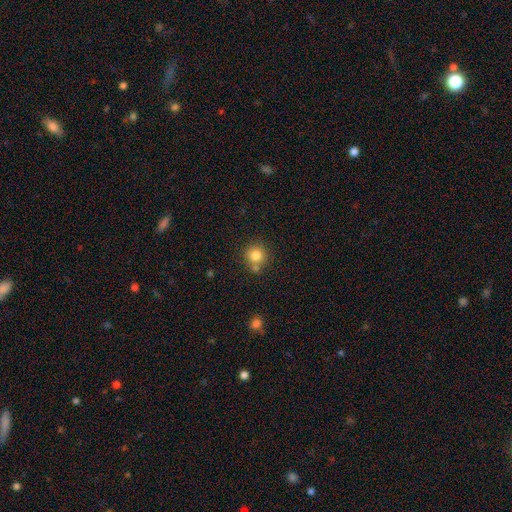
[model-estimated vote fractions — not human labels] Smooth or featured? smooth (81%)
How rounded? round (92%)
Merging? none (69%)